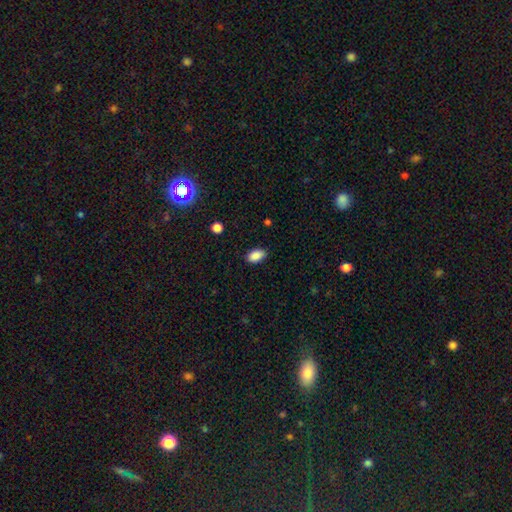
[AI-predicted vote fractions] Morphology: type=smooth (89%); roundness=in between (91%); merging=none (83%).